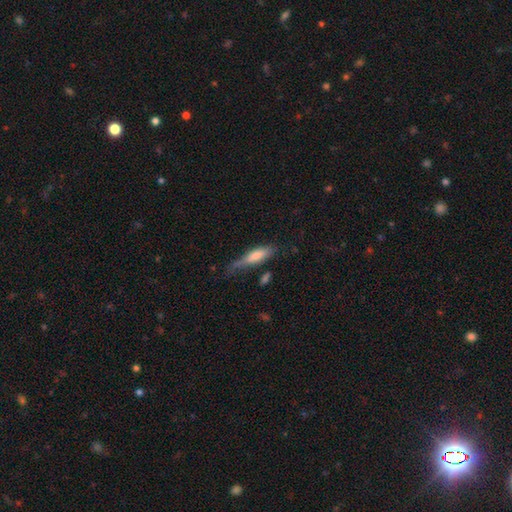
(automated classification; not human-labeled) Smooth or featured? smooth (59%)
How rounded? cigar-shaped (70%)
Merging? none (48%)